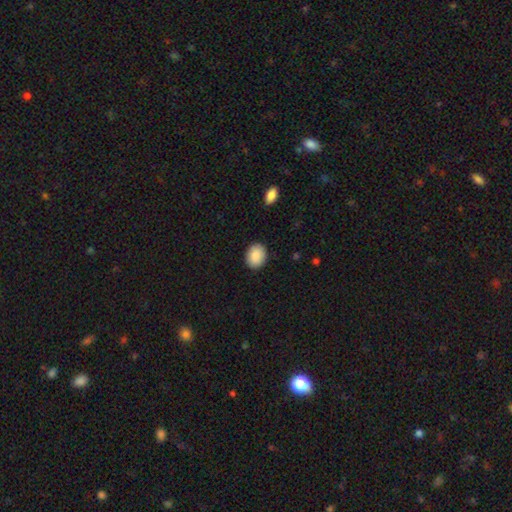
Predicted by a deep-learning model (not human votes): The model was most divided on "how rounded": in between: 56%, round: 43%, cigar-shaped: 1%. More confident: merging — none (90%); smooth or featured — smooth (89%).